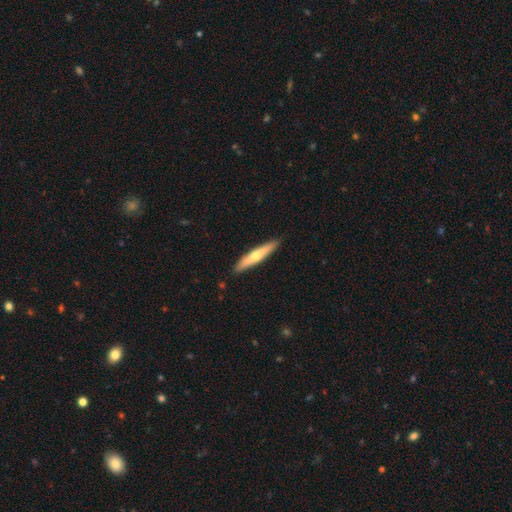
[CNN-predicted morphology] A smooth galaxy with no disk features (49%). Merging: none (90%).